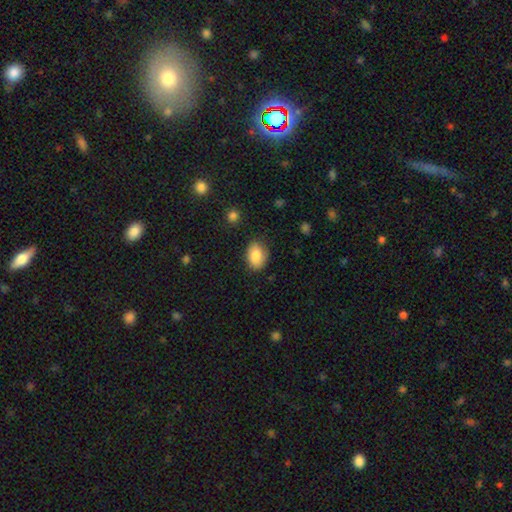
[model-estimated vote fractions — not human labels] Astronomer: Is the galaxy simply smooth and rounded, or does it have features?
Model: smooth — 85%.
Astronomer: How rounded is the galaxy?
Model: in between — 83%.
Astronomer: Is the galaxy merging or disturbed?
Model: none — 79%.